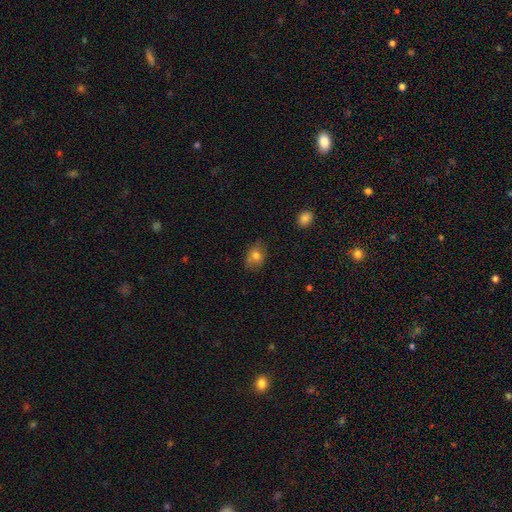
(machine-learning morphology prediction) Smooth or featured?
  - smooth: 75% *
  - featured or disk: 15%
  - star or artifact: 10%
How rounded?
  - in between: 64% *
  - round: 34%
  - cigar-shaped: 1%
Merging?
  - none: 68% *
  - minor disturbance: 23%
  - major disturbance: 6%
  - merger: 4%